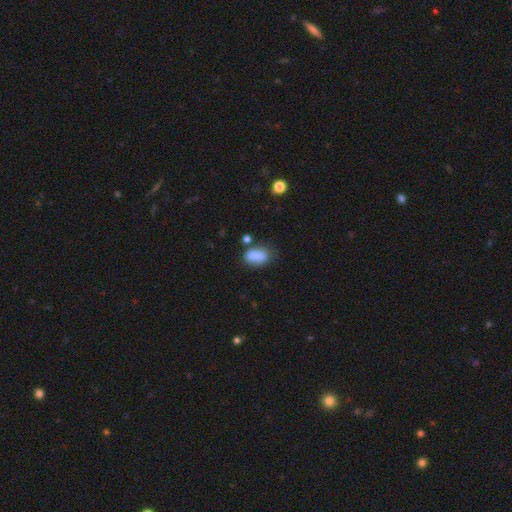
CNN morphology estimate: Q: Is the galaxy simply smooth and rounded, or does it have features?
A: smooth — 80%.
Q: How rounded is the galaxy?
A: in between — 84%.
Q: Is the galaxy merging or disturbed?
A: none — 49%.